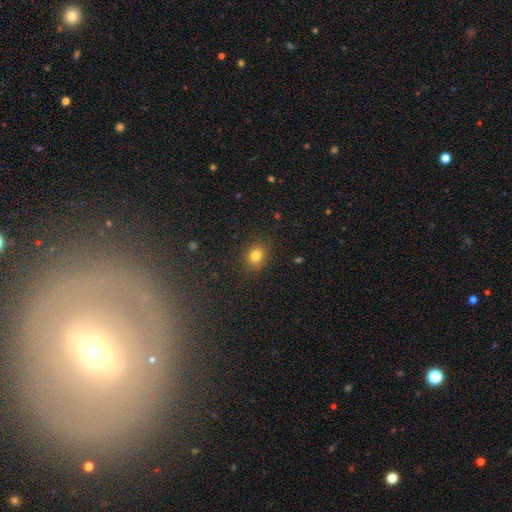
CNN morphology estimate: smooth-or-featured: smooth: 79% | star or artifact: 13% | featured or disk: 7%
  how-rounded: round: 59% | in between: 40% | cigar-shaped: 1%
  merging: none: 85% | minor disturbance: 10% | major disturbance: 3% | merger: 1%